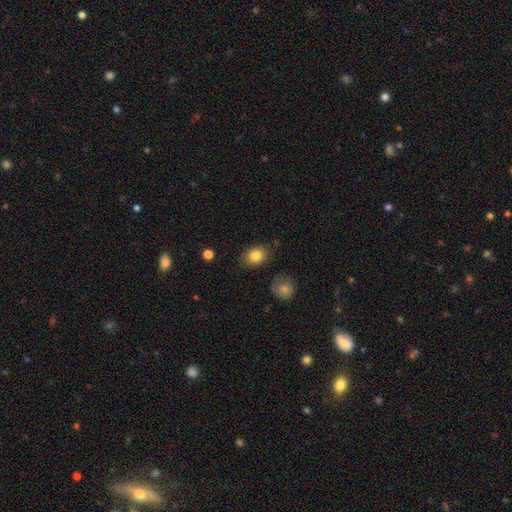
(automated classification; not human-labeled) This is clearly a smooth galaxy (83%). How rounded: likely in between (65%). Merging: clearly none (83%).